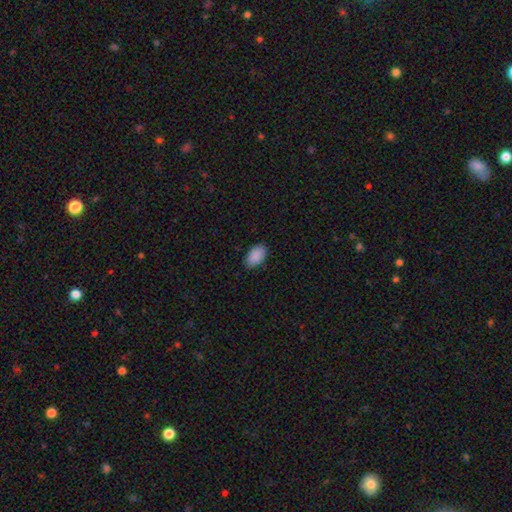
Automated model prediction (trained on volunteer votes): This is clearly a smooth galaxy (90%). How rounded: clearly in between (94%). Merging: clearly none (86%).